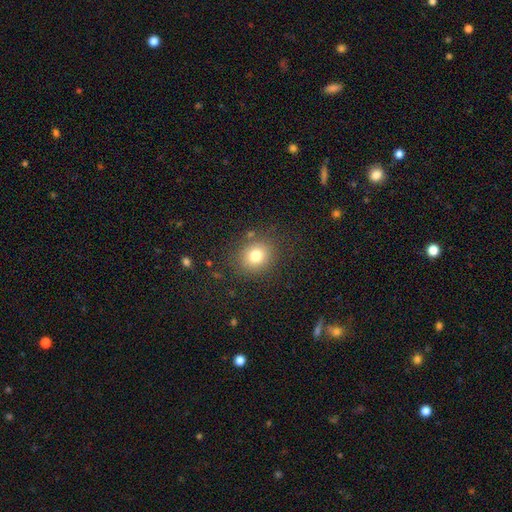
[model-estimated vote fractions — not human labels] Morphology: type=smooth (78%); roundness=round (69%); merging=none (84%).